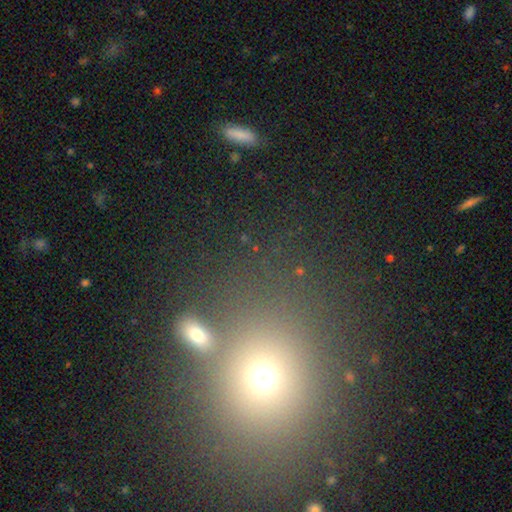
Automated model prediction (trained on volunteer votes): smooth 54%, star or artifact 35%, featured or disk 11%. Down the decision tree: how rounded — round (70%); merging — none (74%).